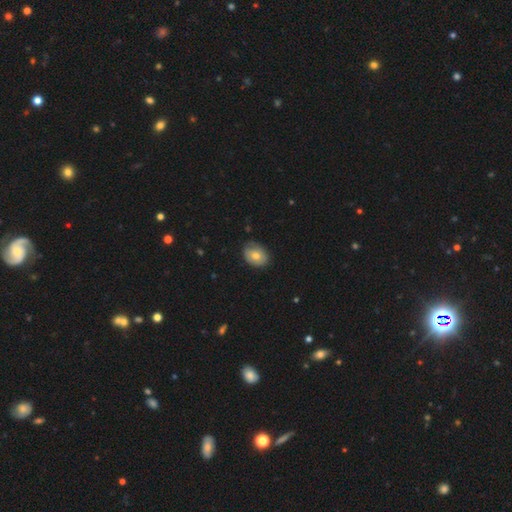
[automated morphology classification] Smooth or featured: smooth — 72% (featured or disk — 21%)
How rounded: in between — 64% (round — 35%)
Merging: none — 74% (minor disturbance — 22%)